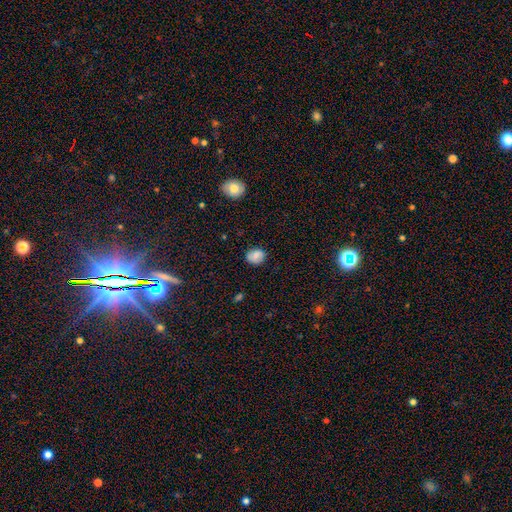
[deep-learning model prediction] Overall: smooth (69%). How rounded: round (68%; in between 31%). Merging: none (80%).